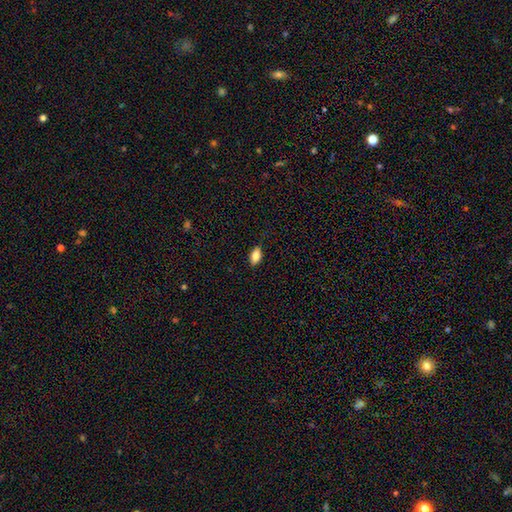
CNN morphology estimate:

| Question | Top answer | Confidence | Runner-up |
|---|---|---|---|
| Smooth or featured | smooth | 81% | featured or disk (11%) |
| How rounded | in between | 88% | cigar-shaped (6%) |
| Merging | none | 84% | minor disturbance (12%) |